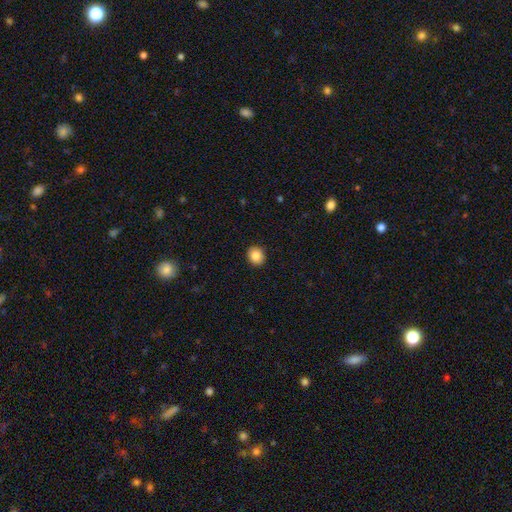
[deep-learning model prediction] This is clearly a smooth galaxy (85%). How rounded: likely round (74%). Merging: clearly none (92%).